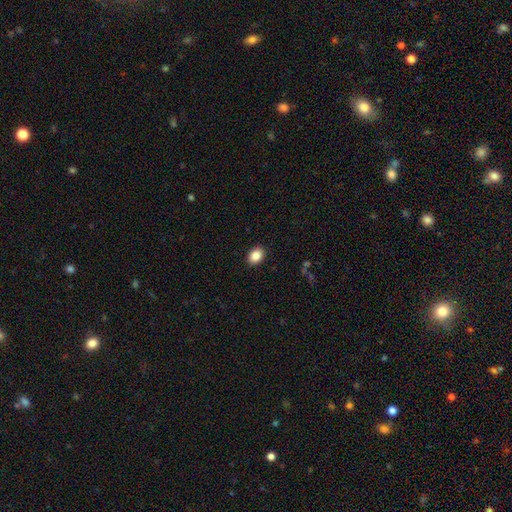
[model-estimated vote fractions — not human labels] Smooth or featured?
  - smooth: 88% *
  - star or artifact: 8%
  - featured or disk: 4%
How rounded?
  - in between: 74% *
  - round: 25%
  - cigar-shaped: 1%
Merging?
  - none: 90% *
  - minor disturbance: 7%
  - major disturbance: 2%
  - merger: 1%